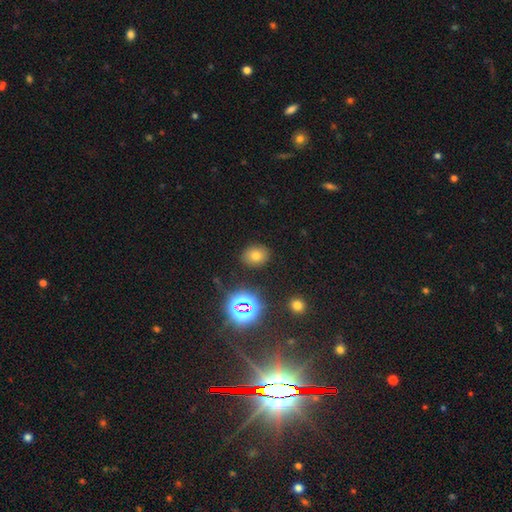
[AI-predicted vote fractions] smooth_or_featured: smooth (p=0.68) [alt: star or artifact p=0.22]
how_rounded: in between (p=0.52) [alt: round p=0.47]
merging: none (p=0.87) [alt: minor disturbance p=0.09]